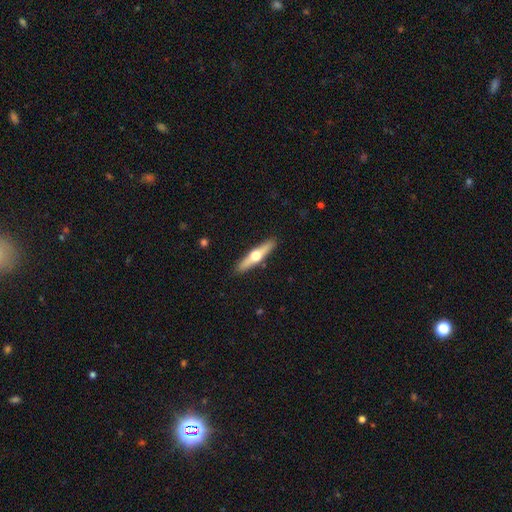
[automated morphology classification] Smooth or featured? Predicted: featured or disk (p=0.58). Edge-on disk? Predicted: yes (p=0.94). Edge-on bulge? Predicted: rounded (p=0.95). Merging? Predicted: none (p=0.90).